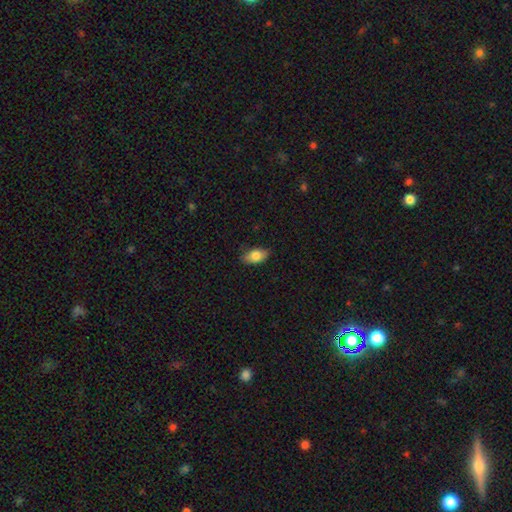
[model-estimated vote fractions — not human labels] Smooth or featured? smooth (82%)
How rounded? in between (91%)
Merging? none (83%)